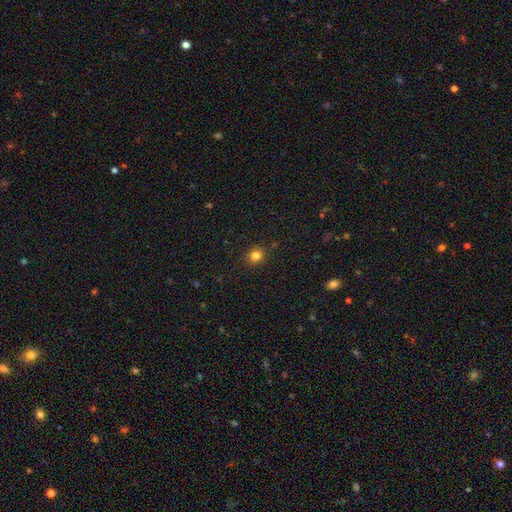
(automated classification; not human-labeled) Smooth or featured: smooth — 81% (star or artifact — 14%)
How rounded: round — 81% (in between — 18%)
Merging: none — 90% (minor disturbance — 7%)